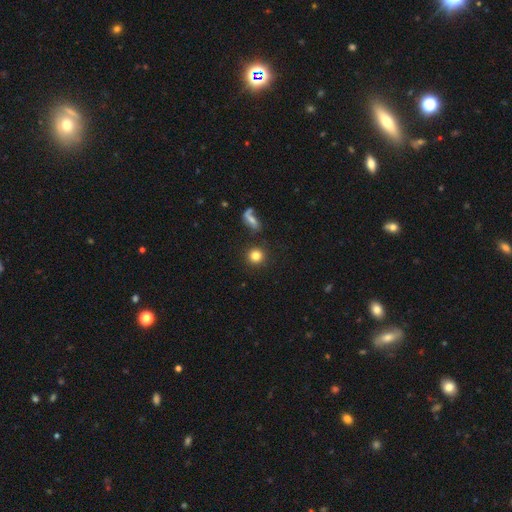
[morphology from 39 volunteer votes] A smooth galaxy with no disk features (82%) that is round (94%). Merging: none (84%).